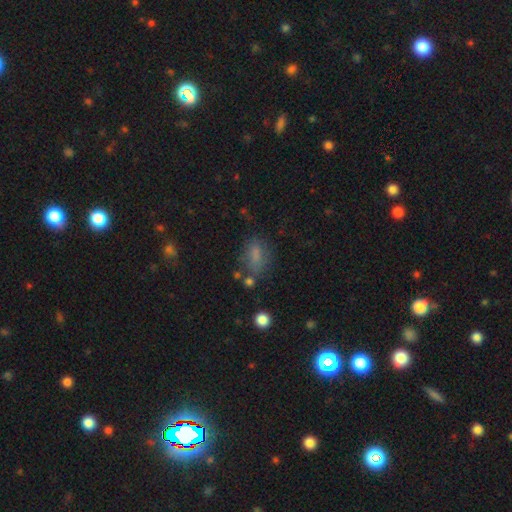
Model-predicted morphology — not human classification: This appears to be a smooth galaxy with no disk features (71%) that is in between round and cigar-shaped (80%). Merging: none (61%).